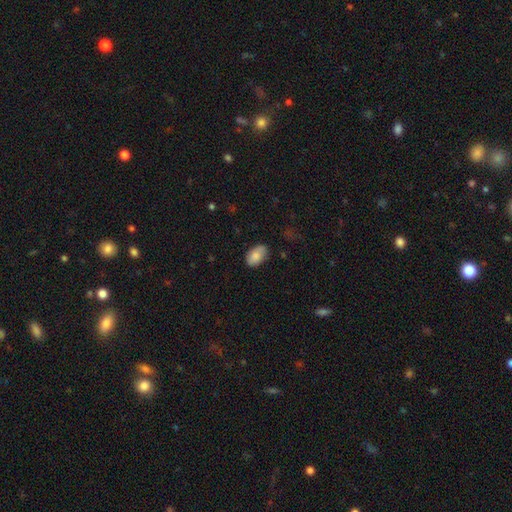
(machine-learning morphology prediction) The model was most divided on "merging": none: 77%, minor disturbance: 18%, major disturbance: 3%, merger: 1%. More confident: how rounded — in between (92%); smooth or featured — smooth (82%).